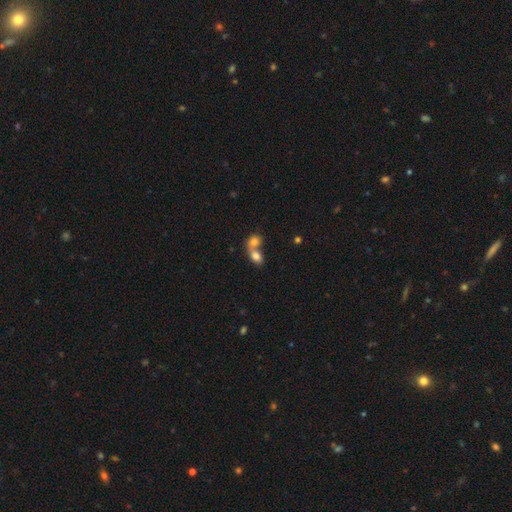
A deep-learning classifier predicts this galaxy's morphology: smooth-or-featured: smooth: 77% | featured or disk: 15% | star or artifact: 8%
  how-rounded: in between: 62% | round: 36% | cigar-shaped: 2%
  merging: merger: 77% | none: 15% | minor disturbance: 4% | major disturbance: 3%